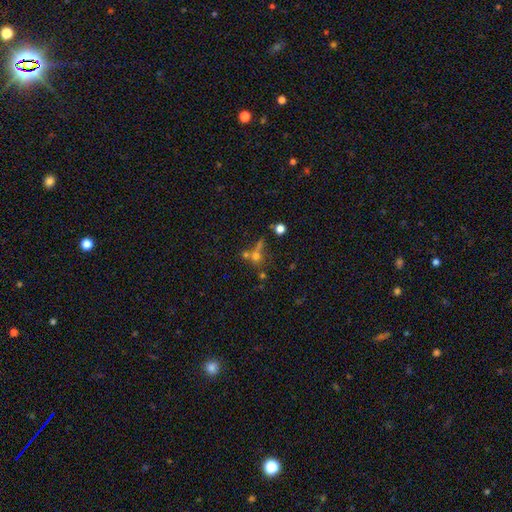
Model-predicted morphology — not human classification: The model was most divided on "merging": none: 42%, merger: 41%, minor disturbance: 9%, major disturbance: 8%. More confident: how rounded — round (80%); smooth or featured — smooth (53%).